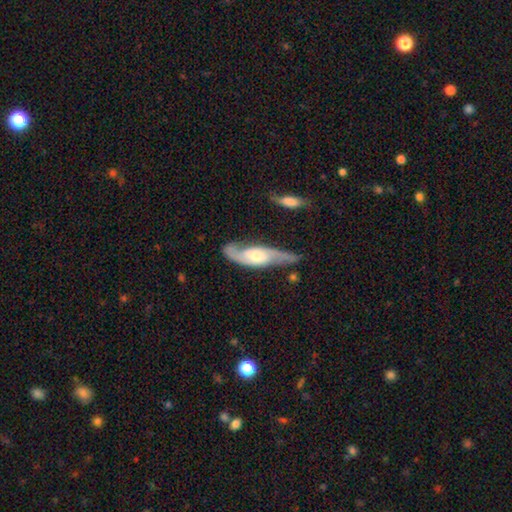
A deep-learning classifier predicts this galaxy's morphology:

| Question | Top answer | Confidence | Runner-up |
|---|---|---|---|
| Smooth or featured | featured or disk | 80% | smooth (15%) |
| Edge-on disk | no | 83% | yes (17%) |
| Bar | no | 57% | weak (32%) |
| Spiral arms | yes | 94% | no (6%) |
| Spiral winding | medium | 42% | loose (40%) |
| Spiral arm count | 2 | 86% | can't tell (7%) |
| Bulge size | moderate | 52% | small (34%) |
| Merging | none | 63% | minor disturbance (23%) |